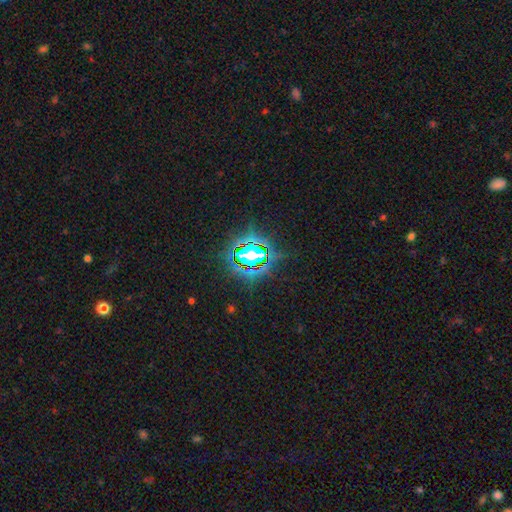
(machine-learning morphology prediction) A star or artifact, not a galaxy (78%).

Vote fractions:
- Smooth or featured? star or artifact: 78% / smooth: 13% / featured or disk: 9%